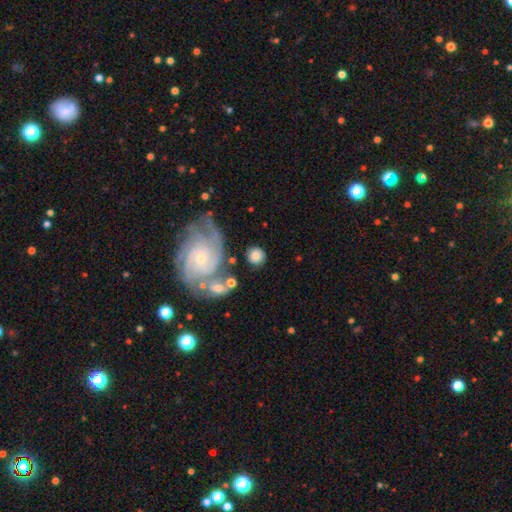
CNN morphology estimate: smooth-or-featured: smooth: 63% | featured or disk: 30% | star or artifact: 7%
  how-rounded: round: 84% | in between: 15% | cigar-shaped: 2%
  merging: none: 72% | minor disturbance: 12% | merger: 10% | major disturbance: 6%